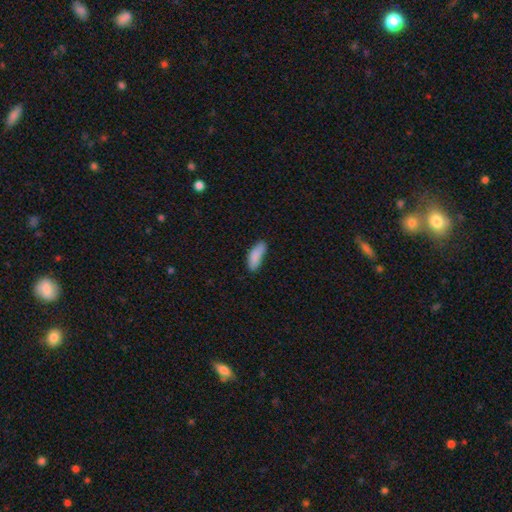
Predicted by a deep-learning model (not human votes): A smooth galaxy with no disk features (86%) that is in between round and cigar-shaped (68%).

Vote fractions:
- Smooth or featured? smooth: 86% / featured or disk: 7% / star or artifact: 7%
- How rounded? in between: 68% / cigar-shaped: 30% / round: 2%
- Merging? none: 65% / minor disturbance: 26% / major disturbance: 5% / merger: 3%